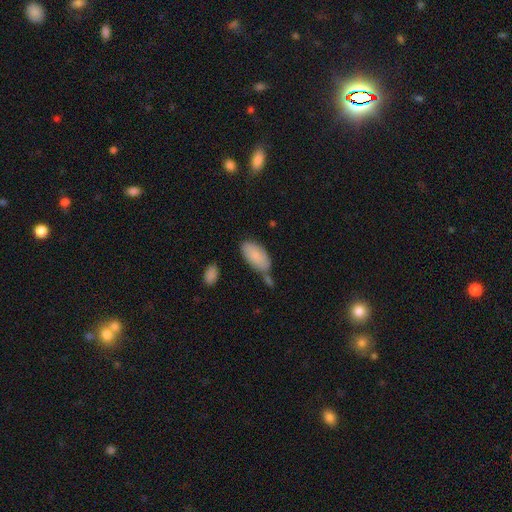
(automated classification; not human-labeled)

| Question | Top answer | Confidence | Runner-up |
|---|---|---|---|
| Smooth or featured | smooth | 83% | featured or disk (11%) |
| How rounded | in between | 93% | cigar-shaped (4%) |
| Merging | none | 59% | minor disturbance (20%) |